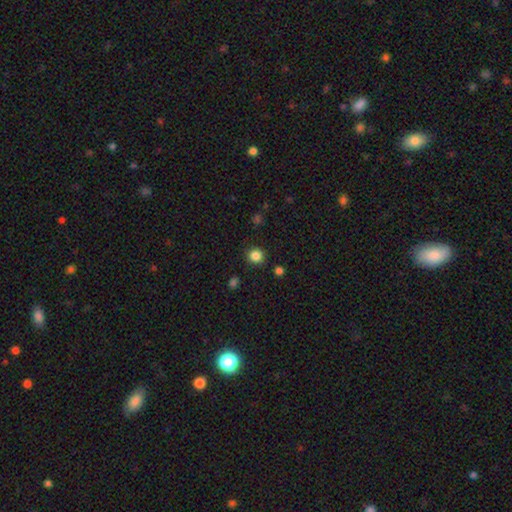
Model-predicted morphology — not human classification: smooth 84%, star or artifact 12%, featured or disk 4%. Down the decision tree: how rounded — round (87%); merging — none (90%).